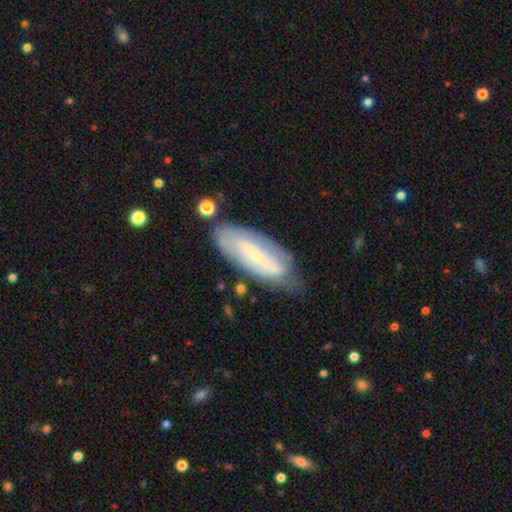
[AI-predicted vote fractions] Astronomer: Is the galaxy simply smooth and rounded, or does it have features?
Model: featured or disk — 58% (runner-up: smooth, 36%).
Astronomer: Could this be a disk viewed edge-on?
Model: no — 82%.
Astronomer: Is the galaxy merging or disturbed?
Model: none — 68%.